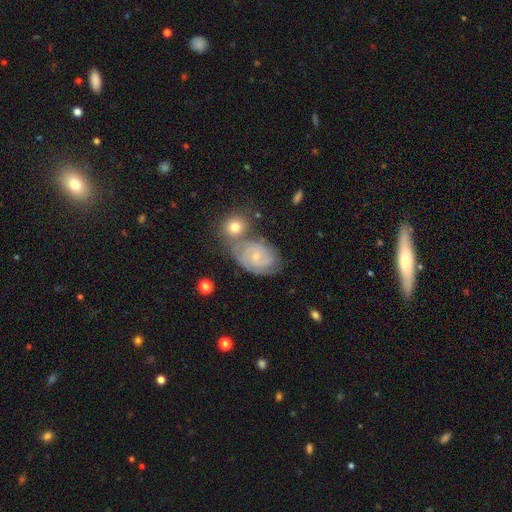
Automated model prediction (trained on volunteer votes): Smooth or featured? featured or disk (76%)
Edge-on disk? no (97%)
Bar? no (63%)
Spiral arms? yes (92%)
Spiral winding? tight (65%)
Spiral arm count? 2 (38%)
Bulge size? small (73%)
Merging? none (55%)